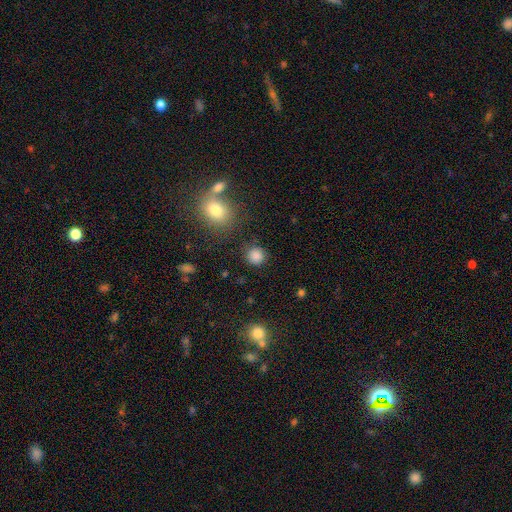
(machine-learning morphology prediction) A smooth galaxy with no disk features (84%) that is round (91%).

Vote fractions:
- Smooth or featured? smooth: 84% / star or artifact: 12% / featured or disk: 4%
- How rounded? round: 91% / in between: 8% / cigar-shaped: 1%
- Merging? none: 85% / minor disturbance: 8% / major disturbance: 3% / merger: 3%